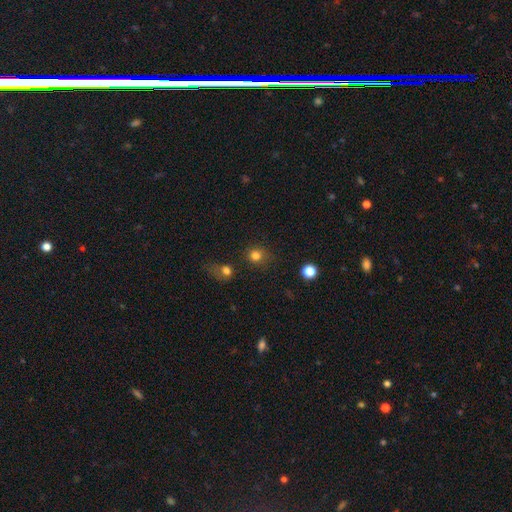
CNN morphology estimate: Smooth or featured? smooth (80%)
How rounded? round (88%)
Merging? none (73%)